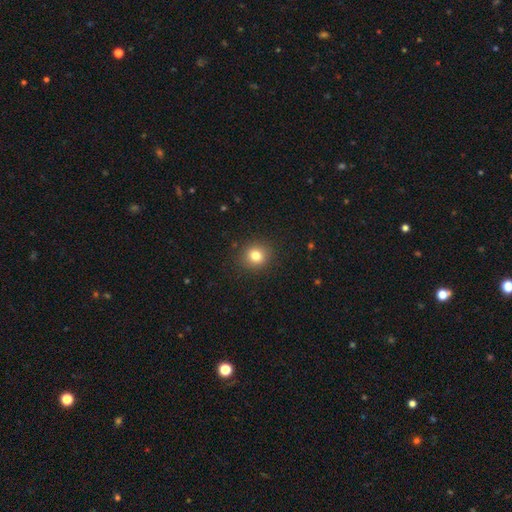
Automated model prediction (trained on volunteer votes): Morphology: type=smooth (80%); roundness=round (86%); merging=none (90%).